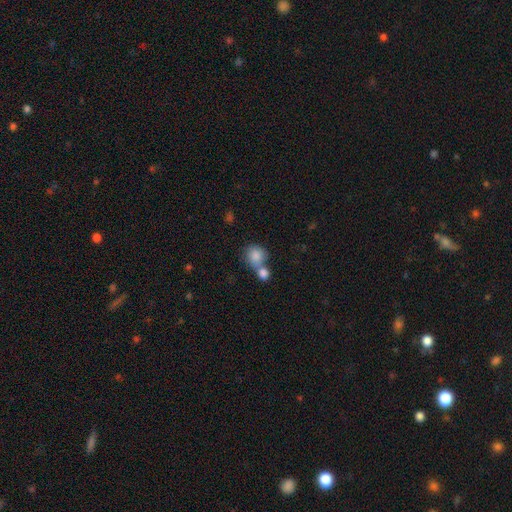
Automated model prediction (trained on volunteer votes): This is clearly a smooth galaxy (84%). How rounded: likely round (78%). Merging: possibly merger (50%).